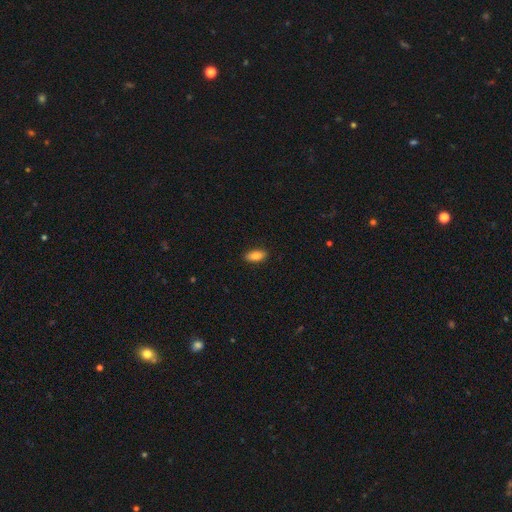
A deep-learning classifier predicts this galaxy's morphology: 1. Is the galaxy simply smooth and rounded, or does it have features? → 85% smooth, 7% featured or disk, 7% star or artifact.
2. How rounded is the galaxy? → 86% in between, 11% cigar-shaped, 3% round.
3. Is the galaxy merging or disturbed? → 88% none, 9% minor disturbance, 2% major disturbance, 1% merger.